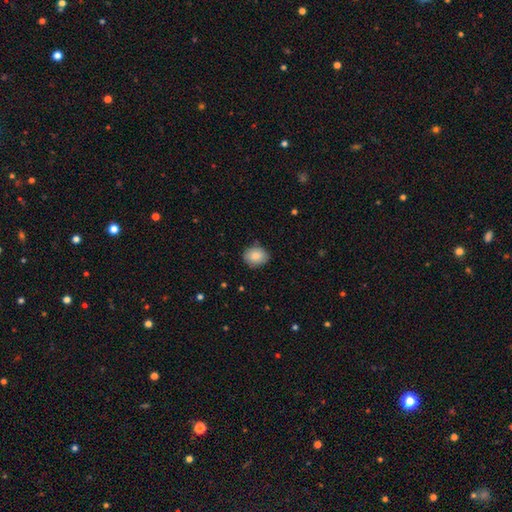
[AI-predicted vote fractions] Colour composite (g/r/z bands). It shows a smooth galaxy with no disk features (85%) that is in between round and cigar-shaped (50%). Merging: none (81%).